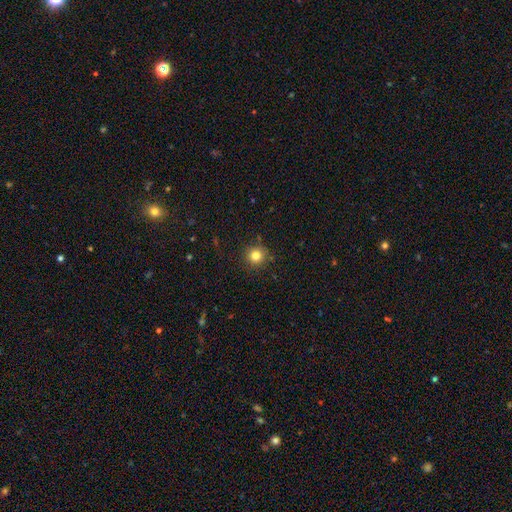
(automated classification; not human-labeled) Smooth or featured: smooth — 82% (star or artifact — 12%)
How rounded: round — 93% (in between — 6%)
Merging: none — 87% (minor disturbance — 9%)